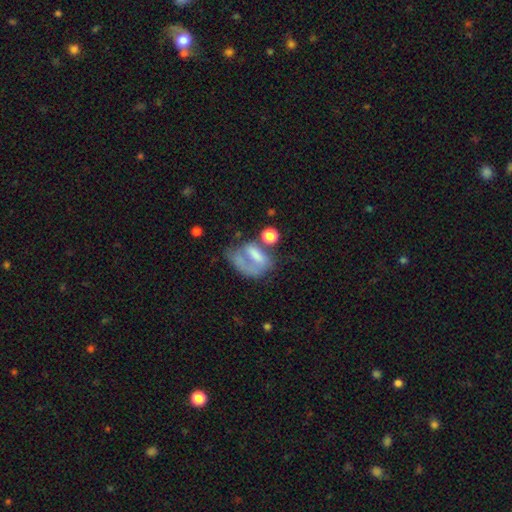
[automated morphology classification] type=smooth (47%); merging=major disturbance (38%).